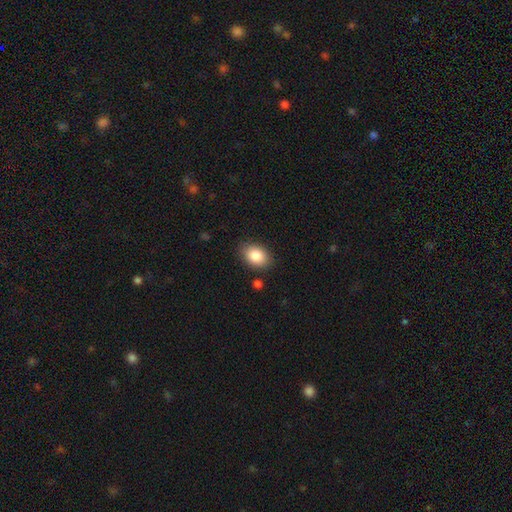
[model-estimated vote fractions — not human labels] smooth-or-featured: smooth: 86% | star or artifact: 7% | featured or disk: 6%
  how-rounded: in between: 82% | round: 17% | cigar-shaped: 1%
  merging: none: 84% | minor disturbance: 11% | major disturbance: 3% | merger: 2%